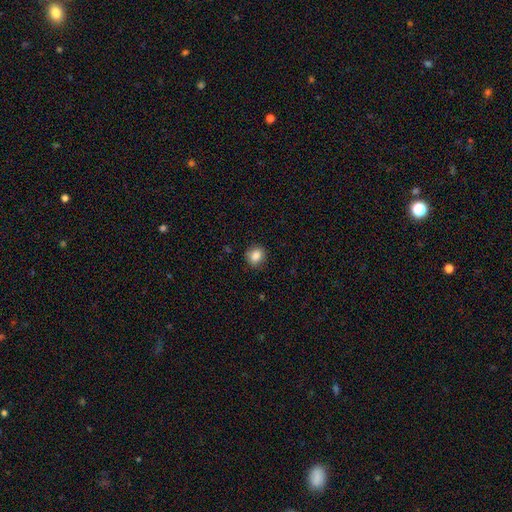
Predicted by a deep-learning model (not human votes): Smooth or featured? smooth (86%)
How rounded? round (64%)
Merging? none (87%)